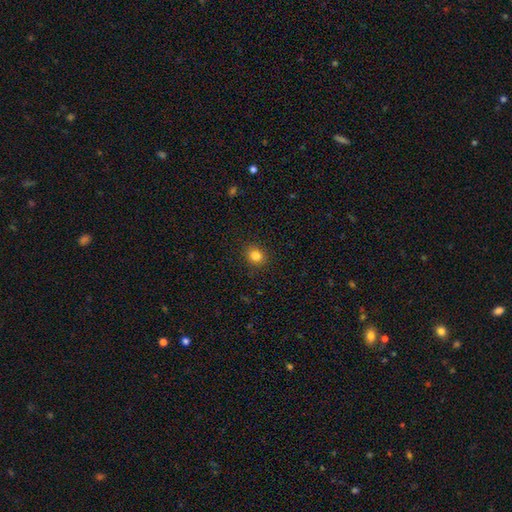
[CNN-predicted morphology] type=smooth (82%); roundness=round (75%); merging=none (90%).